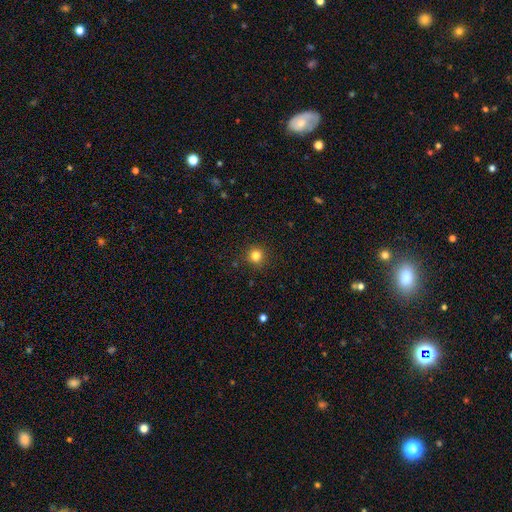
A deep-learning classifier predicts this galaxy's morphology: type=smooth (82%); roundness=round (94%); merging=none (91%).